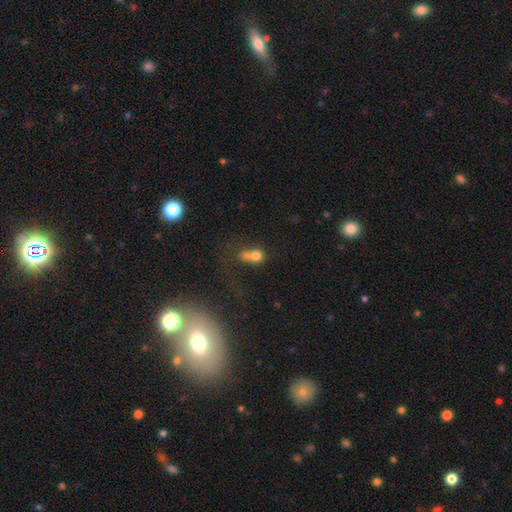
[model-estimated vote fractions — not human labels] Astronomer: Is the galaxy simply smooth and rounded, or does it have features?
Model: smooth — 71%.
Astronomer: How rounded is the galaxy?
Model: round — 70%.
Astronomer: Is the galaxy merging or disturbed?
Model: merger — 60%.